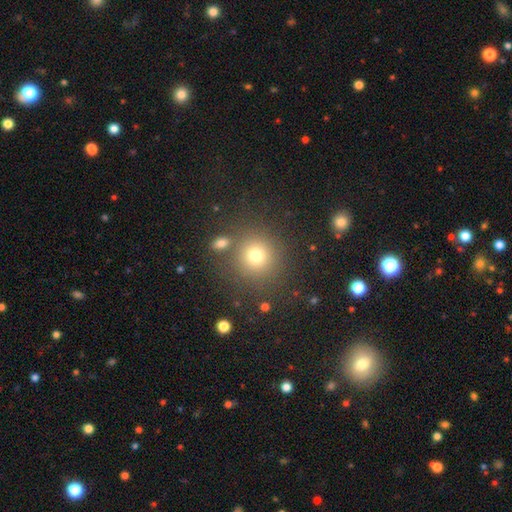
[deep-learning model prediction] Overall: smooth (75%). How rounded: round (92%). Merging: none (80%).